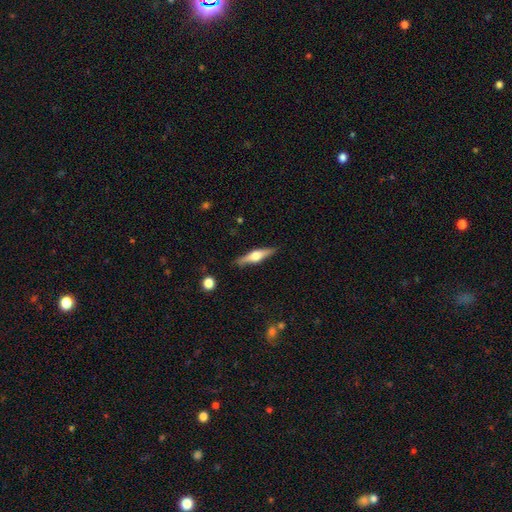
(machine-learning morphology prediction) smooth_or_featured: featured or disk (p=0.64) [alt: smooth p=0.30]
disk_edge_on: yes (p=0.97) [alt: no p=0.03]
edge_on_bulge: rounded (p=0.92) [alt: boxy p=0.06]
merging: none (p=0.88) [alt: minor disturbance p=0.09]